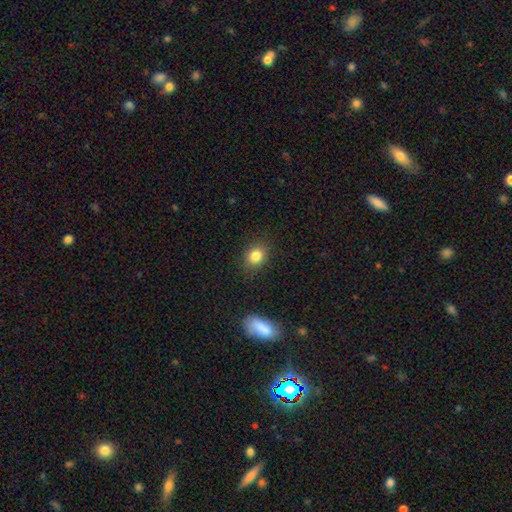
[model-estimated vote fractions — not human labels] A smooth galaxy with no disk features (83%) that is in between round and cigar-shaped (53%).

Vote fractions:
- Smooth or featured? smooth: 83% / star or artifact: 10% / featured or disk: 7%
- How rounded? in between: 53% / round: 46% / cigar-shaped: 1%
- Merging? none: 85% / minor disturbance: 11% / major disturbance: 3% / merger: 1%